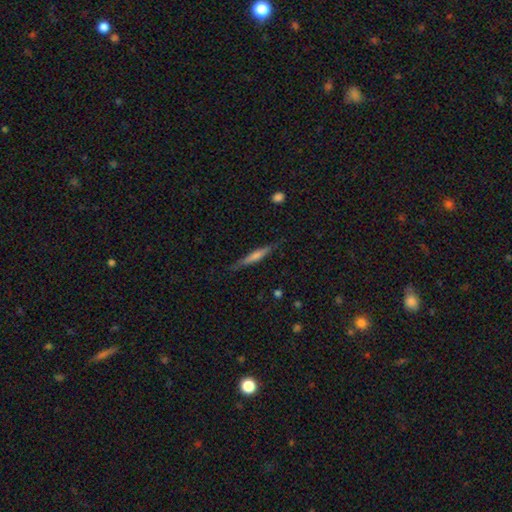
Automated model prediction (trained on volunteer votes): Overall: featured or disk (52%; smooth 40%). Edge-on disk: yes (96%). Merging: none (85%).